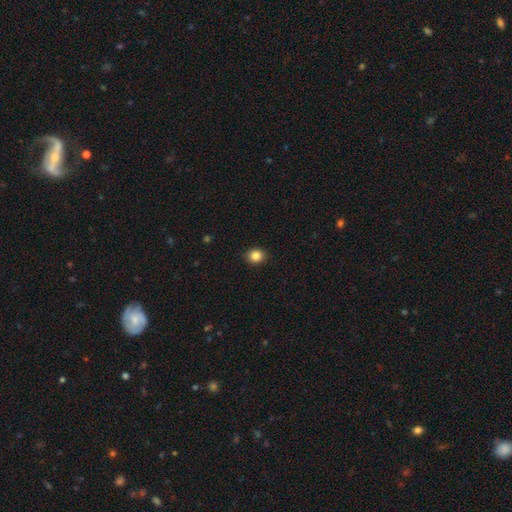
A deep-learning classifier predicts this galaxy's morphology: A smooth galaxy with no disk features (86%) that is round (71%). Merging: none (91%).